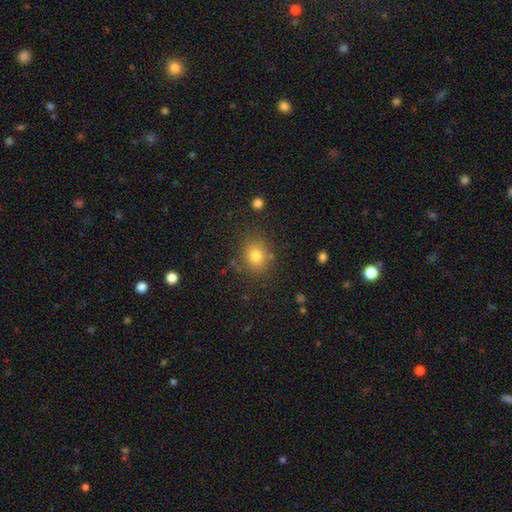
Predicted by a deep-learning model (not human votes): Q: Smooth or featured?
A: smooth (77%); runner-up: star or artifact (13%)
Q: How rounded?
A: round (64%); runner-up: in between (35%)
Q: Merging?
A: none (81%); runner-up: minor disturbance (11%)